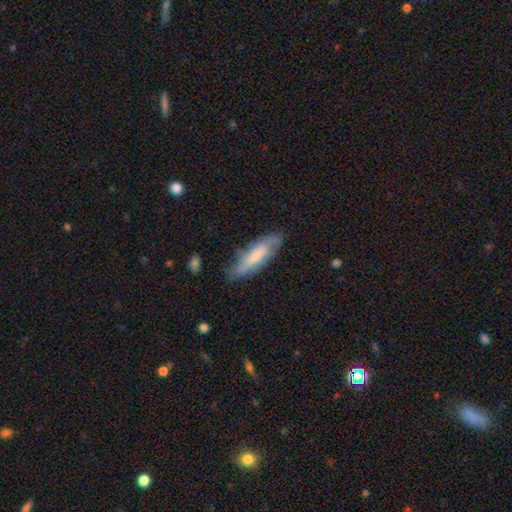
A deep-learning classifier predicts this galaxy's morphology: Smooth or featured: smooth — 61% (featured or disk — 33%)
How rounded: cigar-shaped — 56% (in between — 43%)
Merging: none — 73% (minor disturbance — 20%)